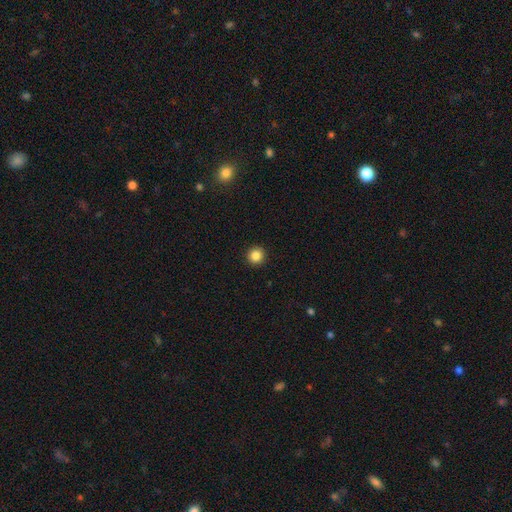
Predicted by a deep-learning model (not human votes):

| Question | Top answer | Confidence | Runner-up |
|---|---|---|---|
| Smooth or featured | smooth | 86% | star or artifact (11%) |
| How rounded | round | 96% | in between (3%) |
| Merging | none | 93% | minor disturbance (4%) |